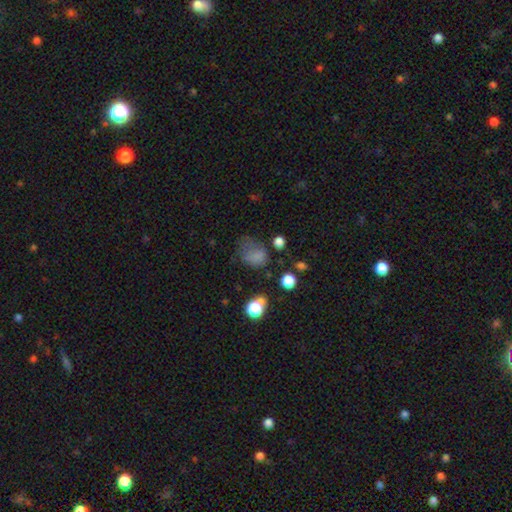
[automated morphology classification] This appears to be a smooth galaxy with no disk features (70%) that is in between round and cigar-shaped (58%). Merging: none (35%).